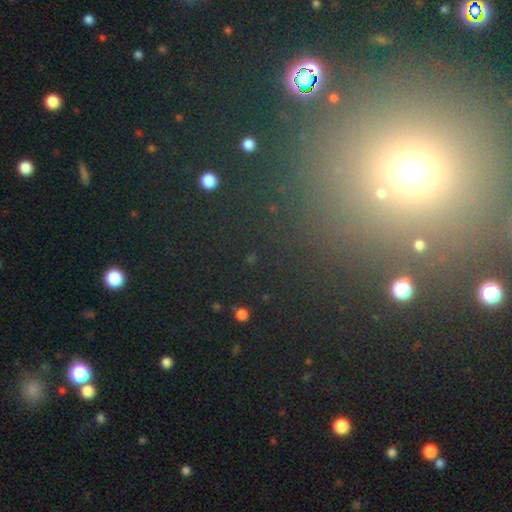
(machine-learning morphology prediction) This appears to be a star or artifact, not a galaxy (57%).